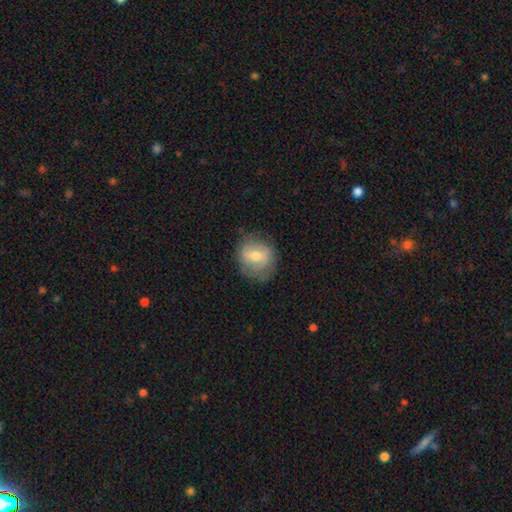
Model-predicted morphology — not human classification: smooth-or-featured: smooth: 47% | featured or disk: 46% | star or artifact: 7%
  merging: none: 67% | minor disturbance: 23% | major disturbance: 9% | merger: 1%